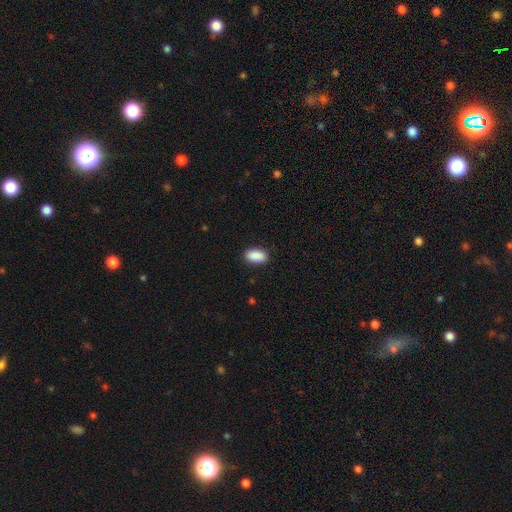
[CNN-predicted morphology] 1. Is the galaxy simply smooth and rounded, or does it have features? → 90% smooth, 7% star or artifact, 3% featured or disk.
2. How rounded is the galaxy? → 93% in between, 4% cigar-shaped, 3% round.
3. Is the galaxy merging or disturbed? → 88% none, 9% minor disturbance, 2% major disturbance, 1% merger.